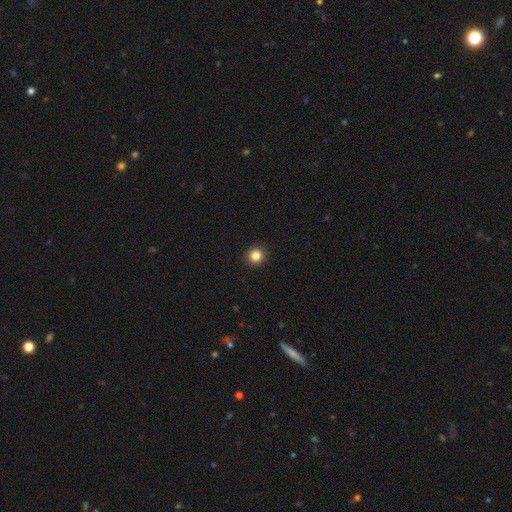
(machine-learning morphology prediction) Smooth or featured? Predicted: smooth (p=0.85). How rounded? Predicted: round (p=0.92). Merging? Predicted: none (p=0.93).